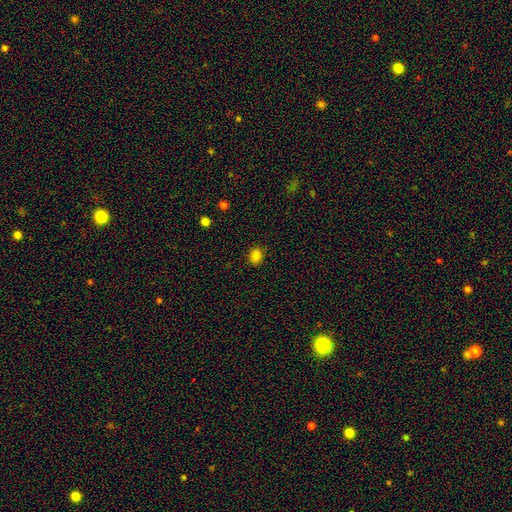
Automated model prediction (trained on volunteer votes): A smooth galaxy with no disk features (84%) that is round (57%). Merging: none (89%).